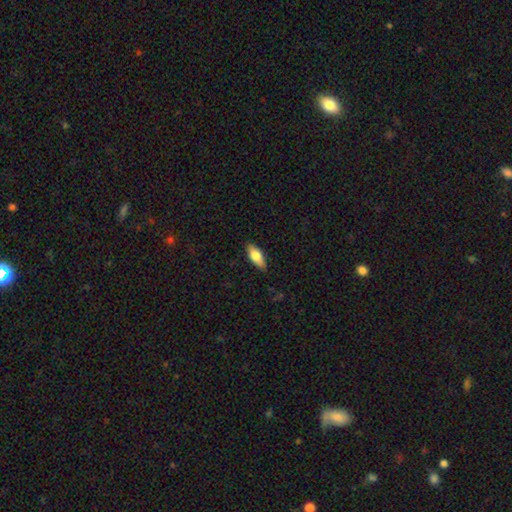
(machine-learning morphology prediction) Smooth or featured? Predicted: smooth (p=0.78). How rounded? Predicted: in between (p=0.78). Merging? Predicted: none (p=0.86).